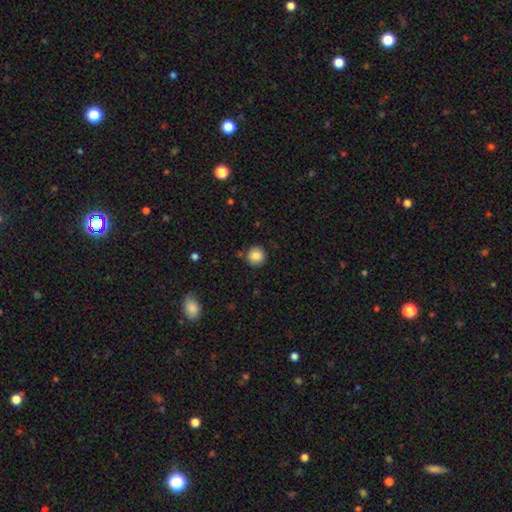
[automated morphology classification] The model was most divided on "smooth or featured": smooth: 87%, star or artifact: 10%, featured or disk: 4%. More confident: how rounded — round (94%); merging — none (88%).